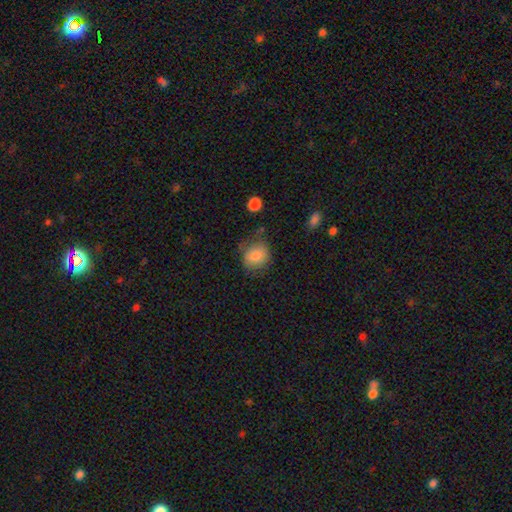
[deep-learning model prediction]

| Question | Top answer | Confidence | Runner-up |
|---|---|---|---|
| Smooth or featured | smooth | 82% | featured or disk (9%) |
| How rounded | round | 66% | in between (33%) |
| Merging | none | 64% | minor disturbance (24%) |